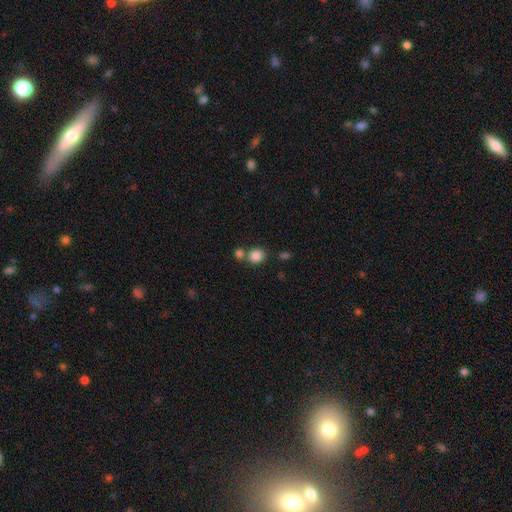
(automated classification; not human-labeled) smooth 85%, star or artifact 10%, featured or disk 5%. Down the decision tree: how rounded — round (74%); merging — none (62%).